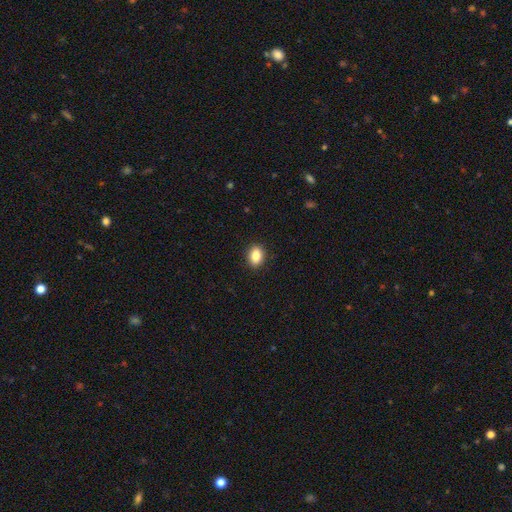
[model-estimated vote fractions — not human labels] smooth-or-featured: smooth: 87% | star or artifact: 9% | featured or disk: 5%
  how-rounded: in between: 72% | round: 27% | cigar-shaped: 1%
  merging: none: 90% | minor disturbance: 7% | major disturbance: 2% | merger: 1%